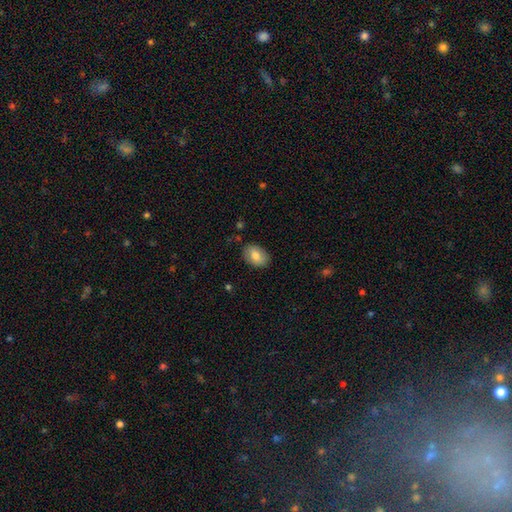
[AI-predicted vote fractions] The model was most divided on "smooth or featured": smooth: 79%, featured or disk: 14%, star or artifact: 7%. More confident: merging — none (85%); how rounded — in between (84%).